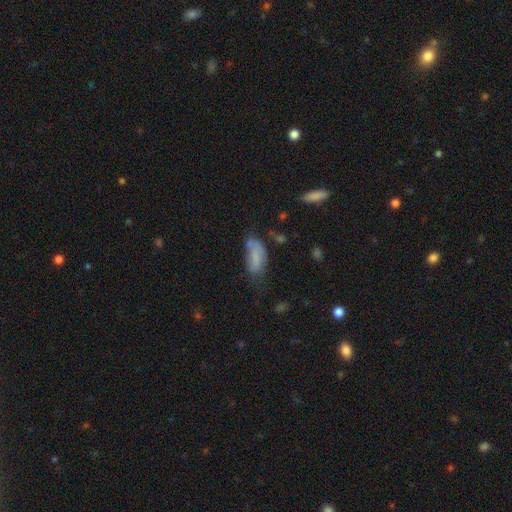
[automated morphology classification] smooth-or-featured: smooth: 71% | featured or disk: 19% | star or artifact: 10%
  how-rounded: in between: 85% | cigar-shaped: 12% | round: 3%
  merging: none: 36% | minor disturbance: 32% | major disturbance: 22% | merger: 10%